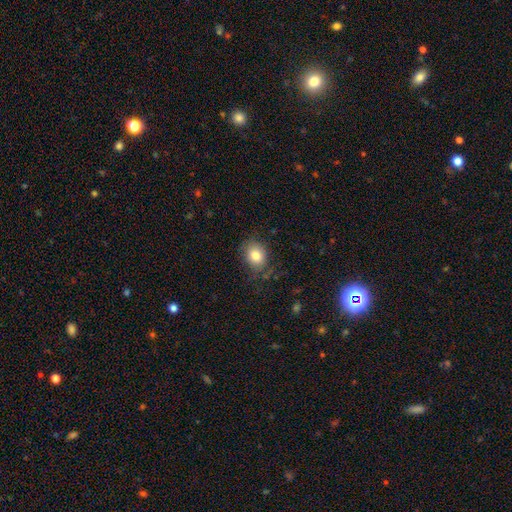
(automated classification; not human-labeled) A smooth galaxy with no disk features (81%) that is round (56%). Merging: none (74%).